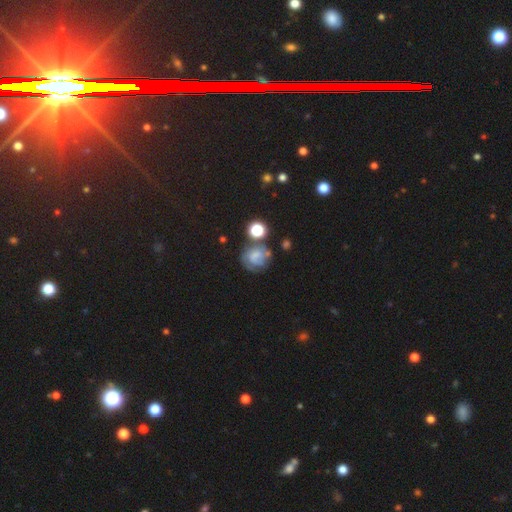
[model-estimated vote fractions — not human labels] A featured or disk galaxy (47%).

Vote fractions:
- Smooth or featured? featured or disk: 47% / smooth: 39% / star or artifact: 14%
- Merging? none: 50% / minor disturbance: 21% / major disturbance: 16% / merger: 14%